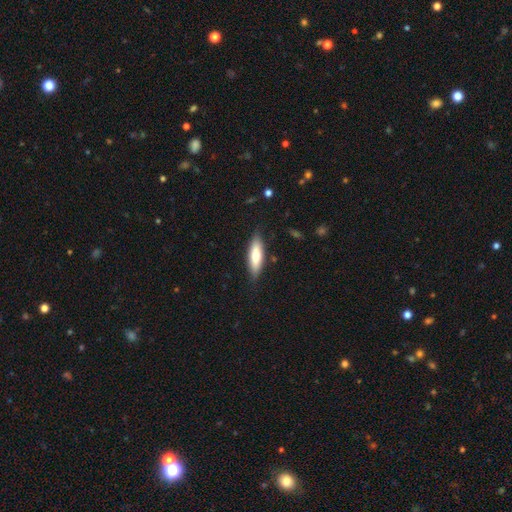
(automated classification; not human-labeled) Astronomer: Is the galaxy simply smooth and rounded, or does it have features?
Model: smooth — 70%.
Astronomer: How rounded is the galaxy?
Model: cigar-shaped — 50% (runner-up: in between, 48%).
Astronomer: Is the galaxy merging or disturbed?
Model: none — 84%.